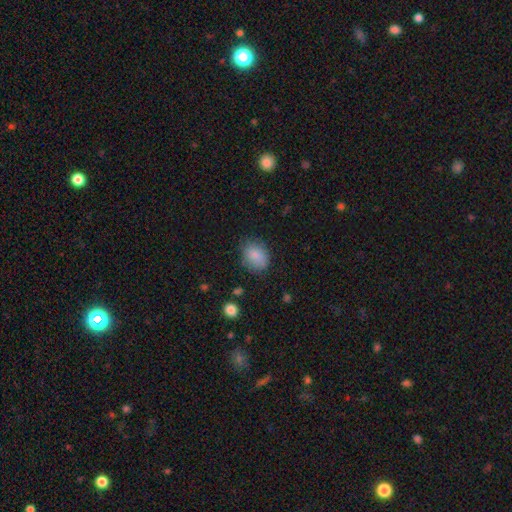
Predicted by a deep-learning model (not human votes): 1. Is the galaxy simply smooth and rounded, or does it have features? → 84% smooth, 9% star or artifact, 7% featured or disk.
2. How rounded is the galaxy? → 55% in between, 44% round, 1% cigar-shaped.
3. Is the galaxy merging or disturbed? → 75% none, 18% minor disturbance, 5% major disturbance, 2% merger.